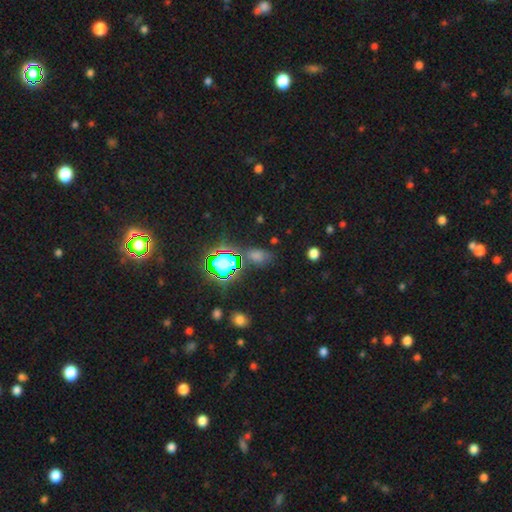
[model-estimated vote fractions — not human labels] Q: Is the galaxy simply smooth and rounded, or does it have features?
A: star or artifact — 50%.